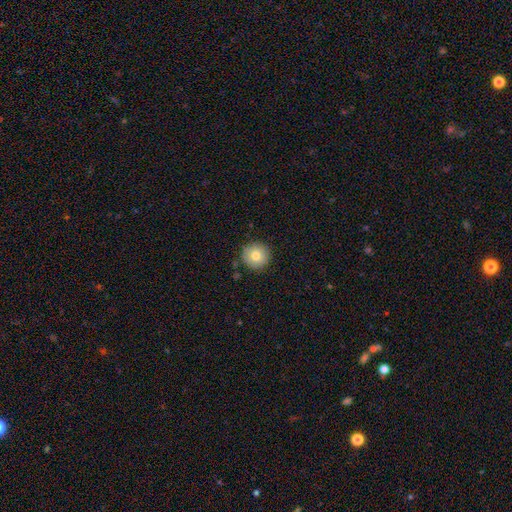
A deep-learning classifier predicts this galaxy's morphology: smooth 77%, featured or disk 13%, star or artifact 10%. Down the decision tree: how rounded — round (96%); merging — none (88%).